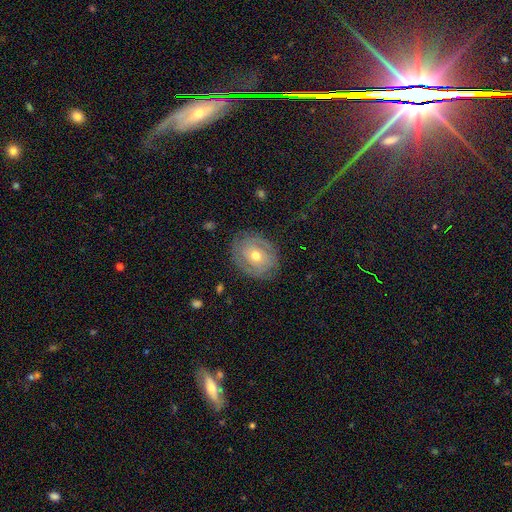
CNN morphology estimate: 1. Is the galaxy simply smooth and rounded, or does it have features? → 68% featured or disk, 23% smooth, 9% star or artifact.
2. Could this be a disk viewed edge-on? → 96% no, 4% yes.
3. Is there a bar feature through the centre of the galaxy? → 68% no, 25% weak, 7% strong.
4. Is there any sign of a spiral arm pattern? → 78% yes, 22% no.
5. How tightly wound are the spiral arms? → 69% tight, 23% medium, 8% loose.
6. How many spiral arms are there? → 39% 2, 37% can't tell, 11% 3, 5% 1, 4% 4, 4% more than 4.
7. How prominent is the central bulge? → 71% moderate, 24% small, 3% large, 1% none, 1% dominant.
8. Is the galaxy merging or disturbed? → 79% none, 14% minor disturbance, 5% major disturbance, 1% merger.